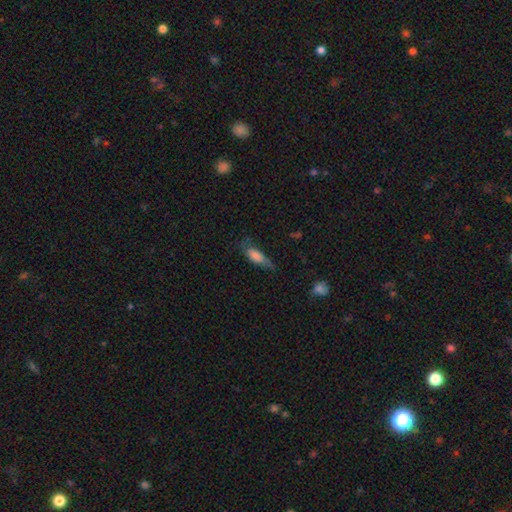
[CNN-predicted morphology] The model was most divided on "merging": none: 51%, minor disturbance: 32%, major disturbance: 15%, merger: 2%. More confident: smooth or featured — smooth (73%); how rounded — in between (63%).